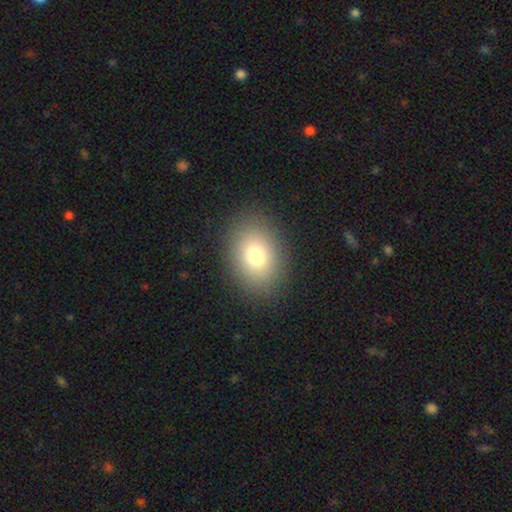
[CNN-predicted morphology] The model was most divided on "how rounded": in between: 66%, round: 33%, cigar-shaped: 1%. More confident: merging — none (87%); smooth or featured — smooth (76%).